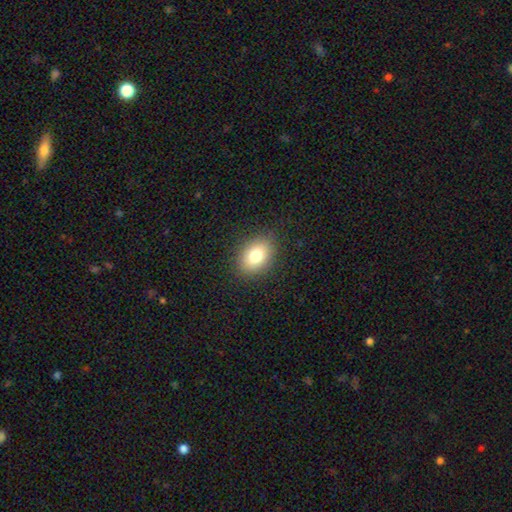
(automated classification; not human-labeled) This appears to be a smooth galaxy with no disk features (78%) that is in between round and cigar-shaped (75%). Merging: none (87%).